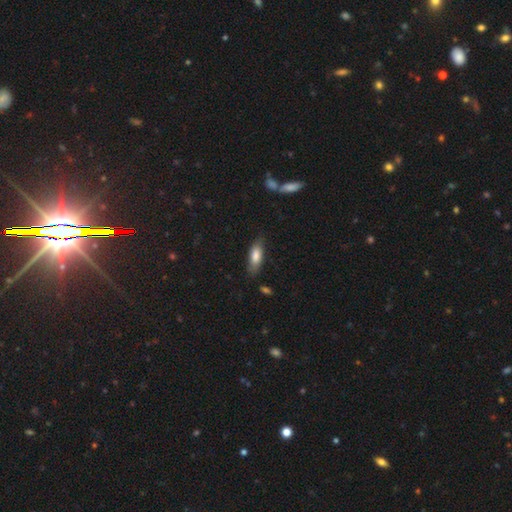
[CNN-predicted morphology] Smooth or featured? smooth (78%)
How rounded? in between (69%)
Merging? none (74%)